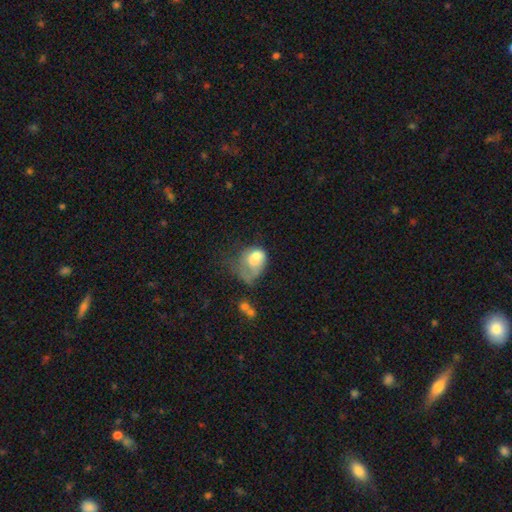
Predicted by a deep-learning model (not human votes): Smooth or featured? Predicted: smooth (p=0.57). How rounded? Predicted: in between (p=0.63). Merging? Predicted: major disturbance (p=0.50).